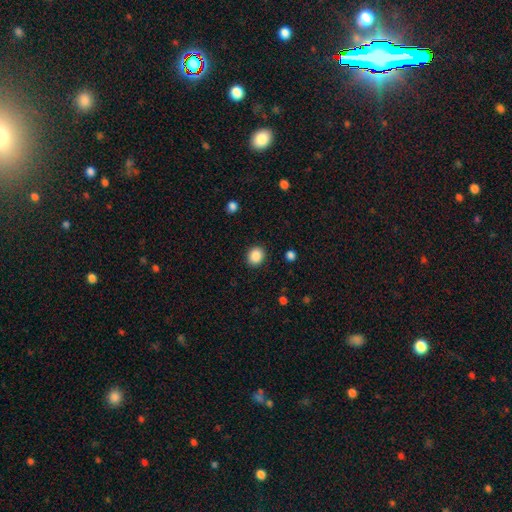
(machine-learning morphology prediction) Smooth or featured?
  - smooth: 88% *
  - star or artifact: 9%
  - featured or disk: 3%
How rounded?
  - round: 72% *
  - in between: 28%
  - cigar-shaped: 1%
Merging?
  - none: 90% *
  - minor disturbance: 7%
  - major disturbance: 2%
  - merger: 1%